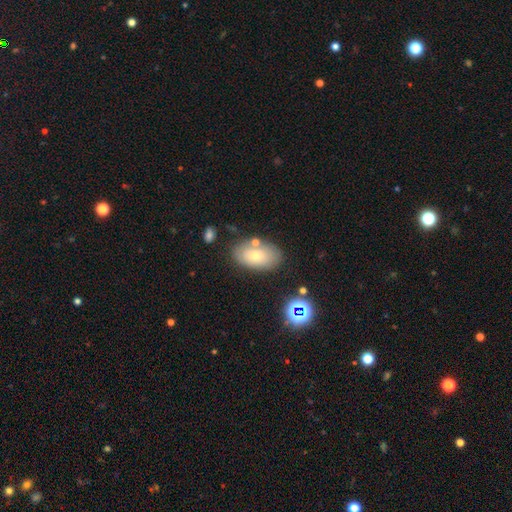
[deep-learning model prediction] Smooth or featured?
  - smooth: 69% *
  - featured or disk: 22%
  - star or artifact: 9%
How rounded?
  - in between: 92% *
  - round: 7%
  - cigar-shaped: 1%
Merging?
  - none: 74% *
  - minor disturbance: 14%
  - merger: 8%
  - major disturbance: 4%